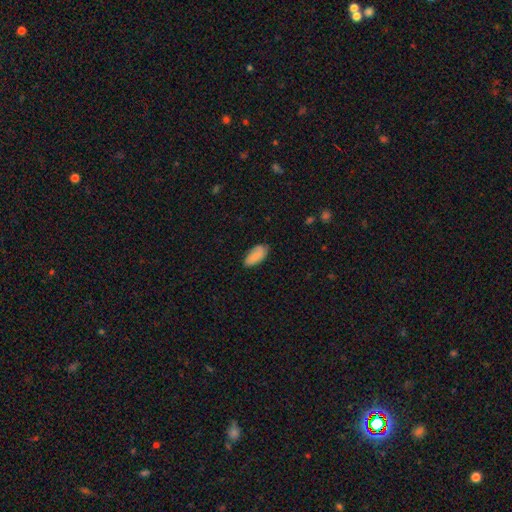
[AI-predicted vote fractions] Morphology: type=smooth (83%); roundness=in between (90%); merging=none (77%).